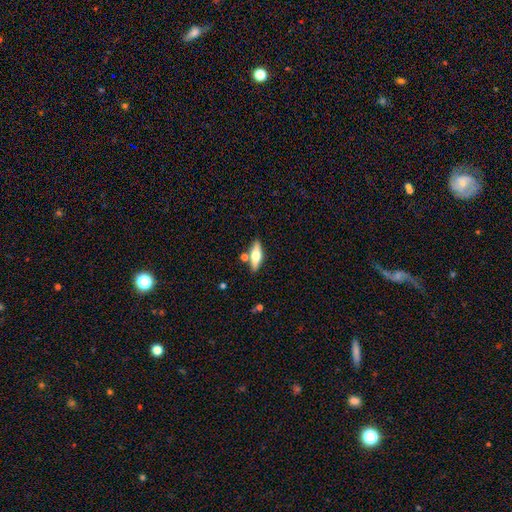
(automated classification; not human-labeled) This is possibly a smooth galaxy (52%). How rounded: possibly in between (53%). Merging: likely none (77%).